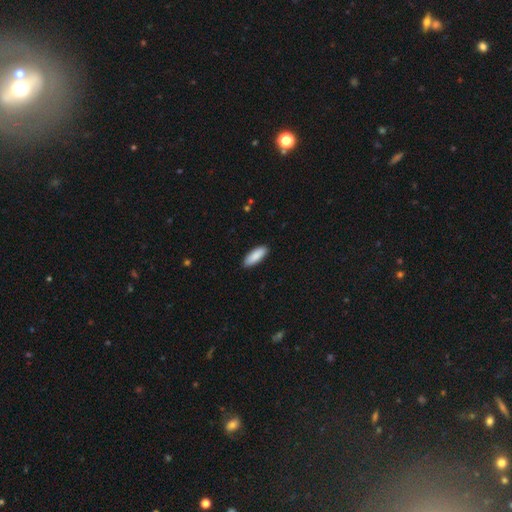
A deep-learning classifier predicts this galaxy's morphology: A smooth galaxy with no disk features (90%) that is in between round and cigar-shaped (66%). Merging: none (90%).